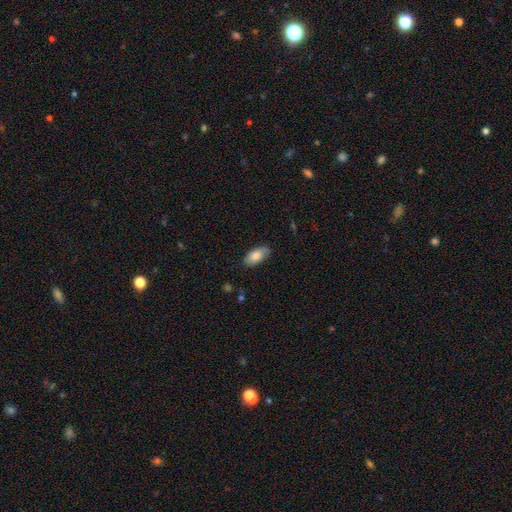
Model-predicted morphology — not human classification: A smooth galaxy with no disk features (78%) that is in between round and cigar-shaped (93%). Merging: none (82%).